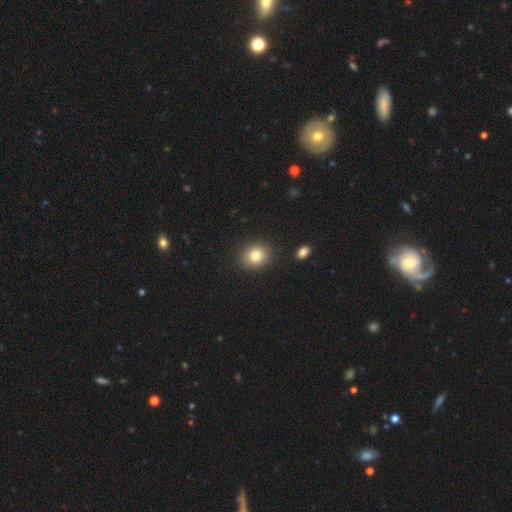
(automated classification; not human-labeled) smooth 81%, star or artifact 11%, featured or disk 8%. Down the decision tree: how rounded — round (75%); merging — none (89%).